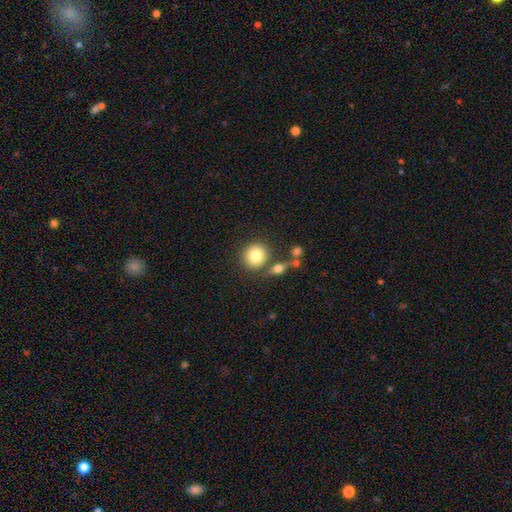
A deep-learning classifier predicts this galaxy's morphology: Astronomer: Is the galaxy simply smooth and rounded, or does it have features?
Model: smooth — 80%.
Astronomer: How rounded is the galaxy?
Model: round — 89%.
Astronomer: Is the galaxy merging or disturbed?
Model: none — 74%.